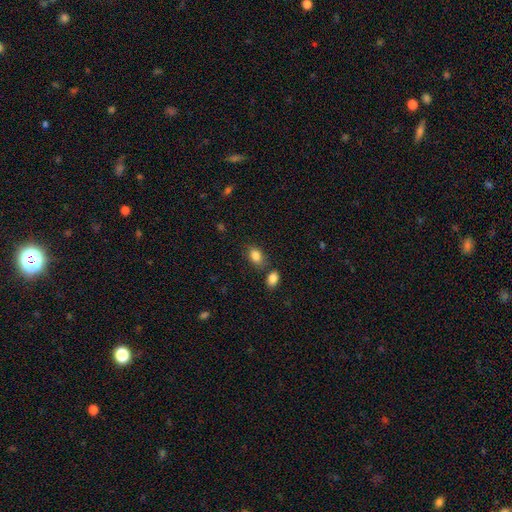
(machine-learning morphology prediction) Overall: smooth (85%). How rounded: in between (84%). Merging: none (71%).